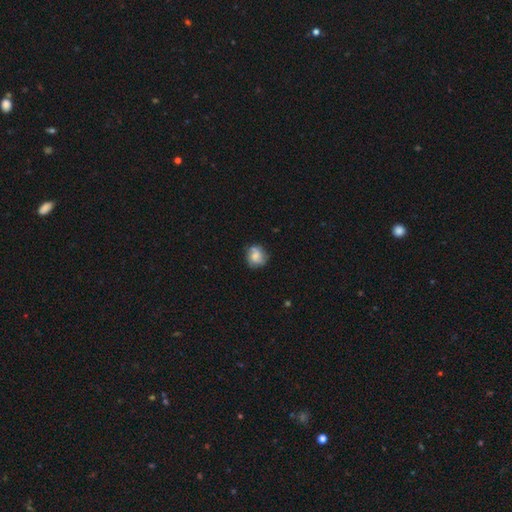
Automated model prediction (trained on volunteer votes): A smooth galaxy with no disk features (53%) that is round (78%). Merging: none (67%).